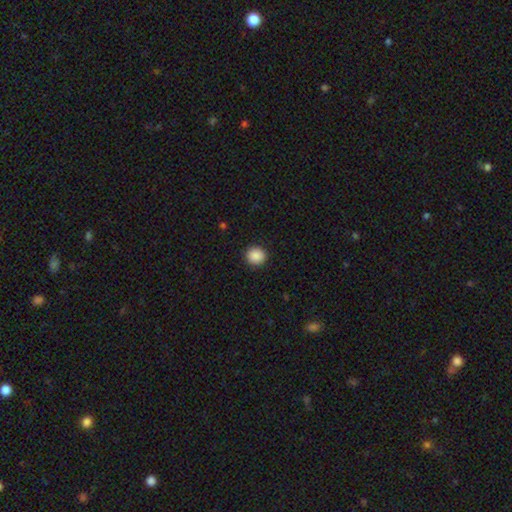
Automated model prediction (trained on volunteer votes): smooth 89%, star or artifact 9%, featured or disk 3%. Down the decision tree: how rounded — round (90%); merging — none (92%).